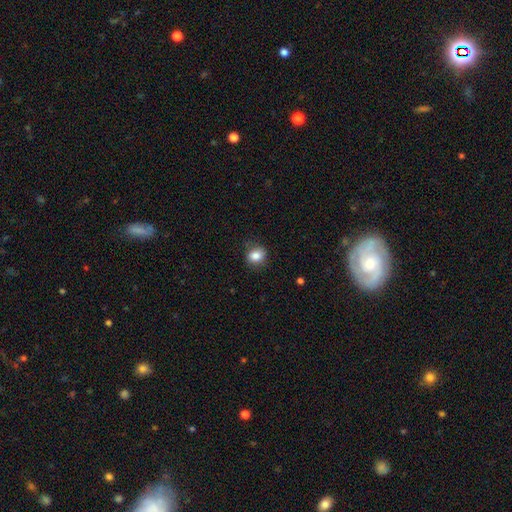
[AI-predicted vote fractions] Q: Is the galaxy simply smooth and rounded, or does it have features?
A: smooth — 83%.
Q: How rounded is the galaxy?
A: round — 55%.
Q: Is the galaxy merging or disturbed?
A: none — 79%.